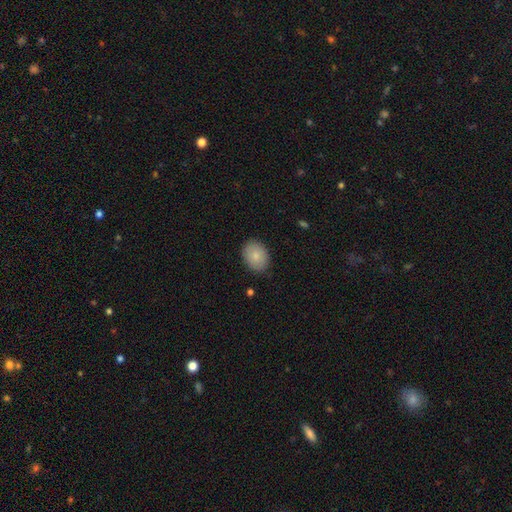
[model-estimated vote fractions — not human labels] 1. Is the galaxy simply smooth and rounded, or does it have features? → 83% smooth, 10% featured or disk, 7% star or artifact.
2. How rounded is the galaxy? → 67% in between, 32% round, 1% cigar-shaped.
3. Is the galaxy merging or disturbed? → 87% none, 10% minor disturbance, 2% major disturbance, 1% merger.